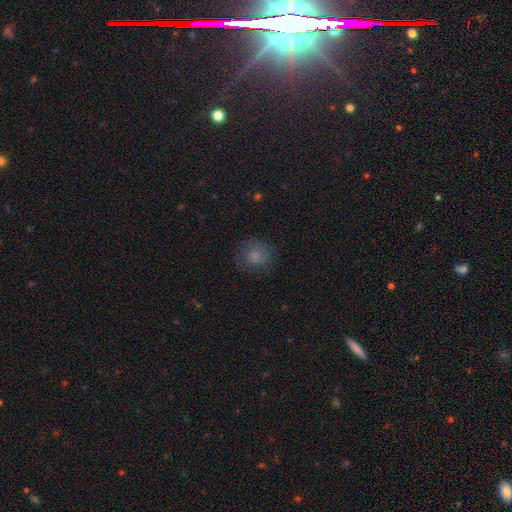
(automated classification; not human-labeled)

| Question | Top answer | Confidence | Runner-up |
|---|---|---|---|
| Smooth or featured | smooth | 76% | featured or disk (13%) |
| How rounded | round | 78% | in between (21%) |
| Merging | none | 69% | minor disturbance (20%) |